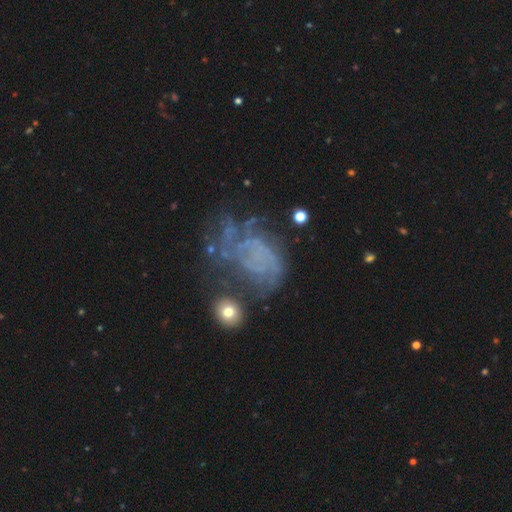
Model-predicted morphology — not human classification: The model was most divided on "spiral arms": yes: 52%, no: 48%. Remaining: edge-on disk — no (97%); bar — no (83%); bulge size — none (83%); smooth or featured — featured or disk (65%); merging — major disturbance (39%).